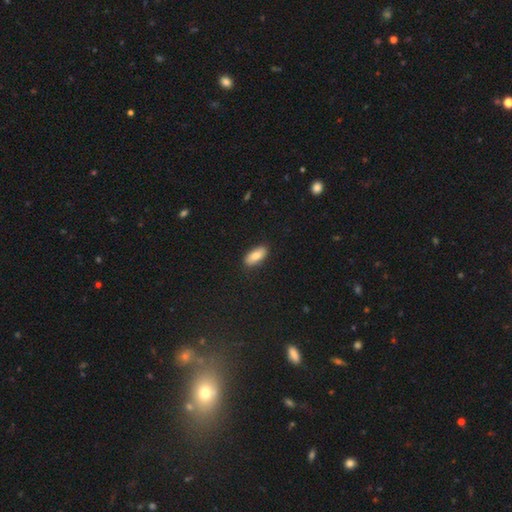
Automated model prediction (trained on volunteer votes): Smooth or featured: smooth — 81% (featured or disk — 13%)
How rounded: in between — 86% (cigar-shaped — 11%)
Merging: none — 87% (minor disturbance — 10%)